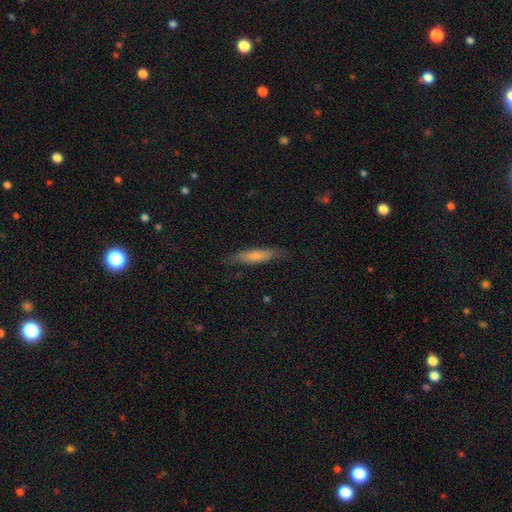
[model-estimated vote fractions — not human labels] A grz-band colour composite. It shows a smooth galaxy with no disk features (66%) that is cigar-shaped (76%). Merging: none (78%).